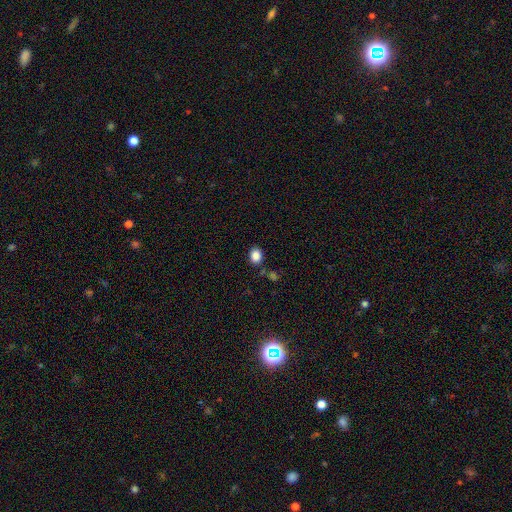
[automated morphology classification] The model was most divided on "how rounded": round: 55%, in between: 45%, cigar-shaped: 1%. More confident: smooth or featured — smooth (86%); merging — none (81%).